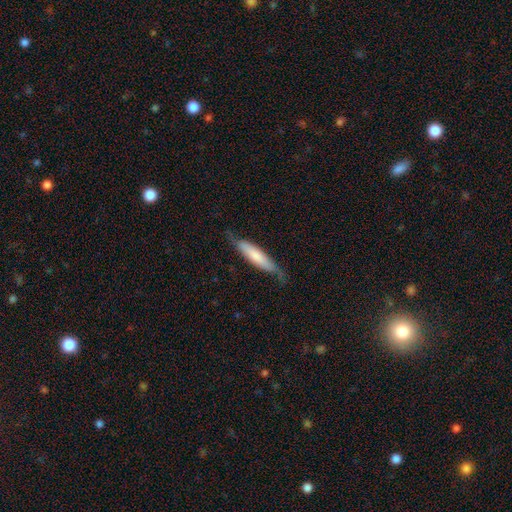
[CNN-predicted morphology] Smooth or featured? Predicted: smooth (p=0.62). How rounded? Predicted: cigar-shaped (p=0.79). Merging? Predicted: none (p=0.66).